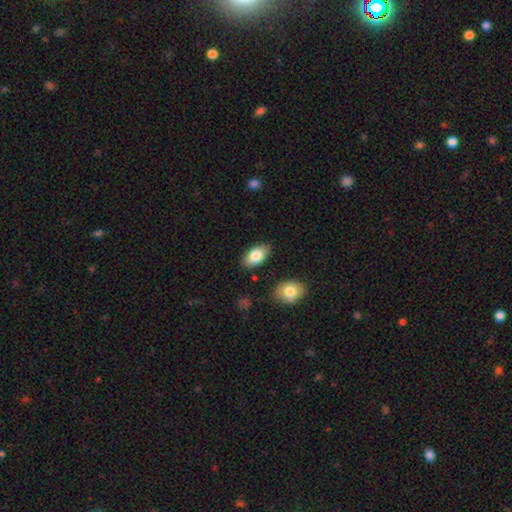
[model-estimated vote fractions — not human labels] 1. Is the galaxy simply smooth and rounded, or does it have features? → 81% smooth, 12% featured or disk, 7% star or artifact.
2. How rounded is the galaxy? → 93% in between, 4% round, 2% cigar-shaped.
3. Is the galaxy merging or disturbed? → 84% none, 11% minor disturbance, 3% merger, 2% major disturbance.